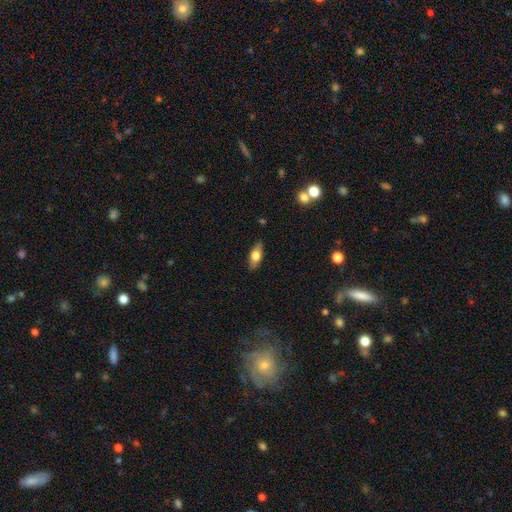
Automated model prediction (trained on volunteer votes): A smooth galaxy with no disk features (64%) that is in between round and cigar-shaped (77%). Merging: none (86%).